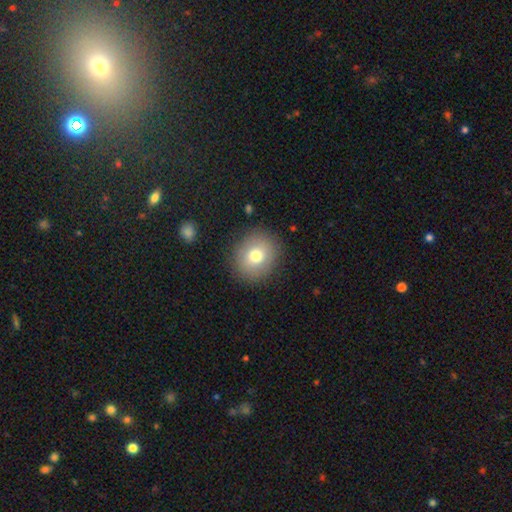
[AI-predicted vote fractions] Smooth or featured? smooth (76%)
How rounded? round (75%)
Merging? none (87%)